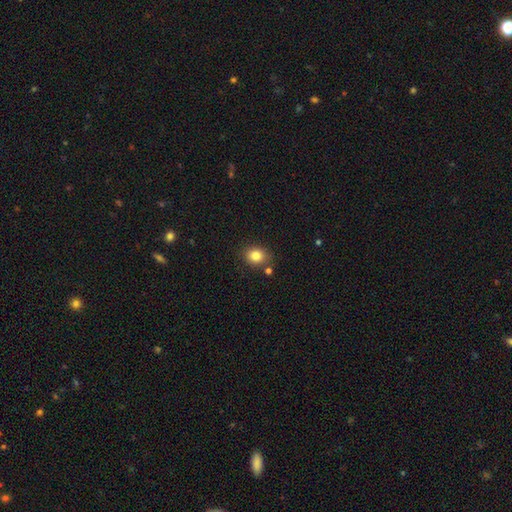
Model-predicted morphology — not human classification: smooth 83%, star or artifact 11%, featured or disk 7%. Down the decision tree: how rounded — round (58%); merging — none (80%).